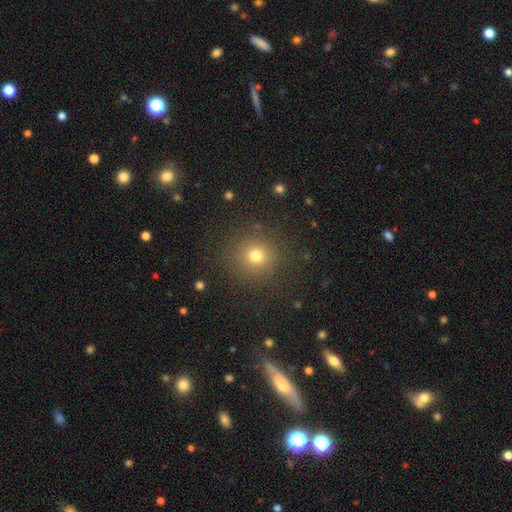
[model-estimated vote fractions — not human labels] smooth_or_featured: smooth (p=0.75) [alt: star or artifact p=0.18]
how_rounded: round (p=0.93) [alt: in between p=0.06]
merging: none (p=0.88) [alt: minor disturbance p=0.07]